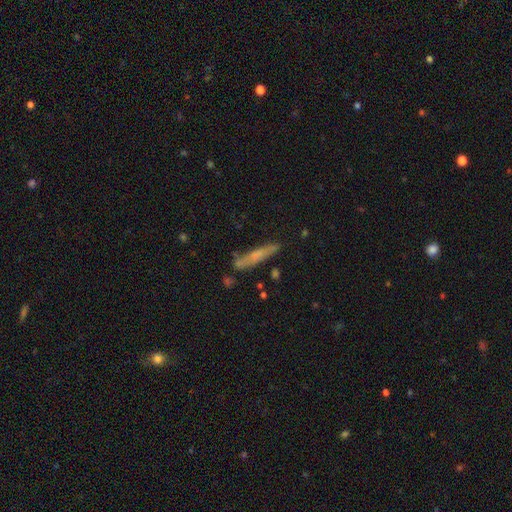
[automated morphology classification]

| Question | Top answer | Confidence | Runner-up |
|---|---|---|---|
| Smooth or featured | smooth | 53% | featured or disk (37%) |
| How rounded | cigar-shaped | 89% | in between (9%) |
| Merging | none | 67% | minor disturbance (19%) |